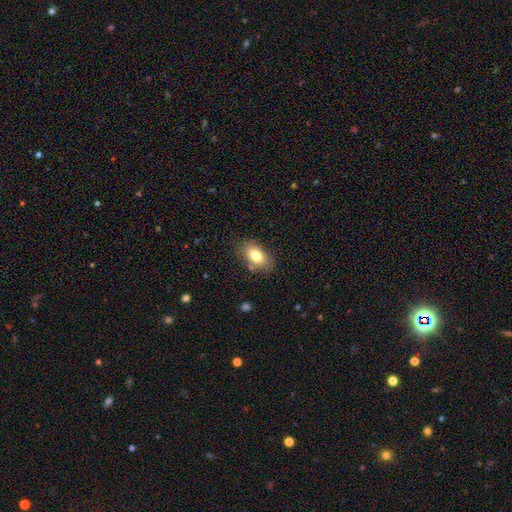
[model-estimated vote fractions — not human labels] Morphology: type=smooth (77%); roundness=in between (88%); merging=none (78%).